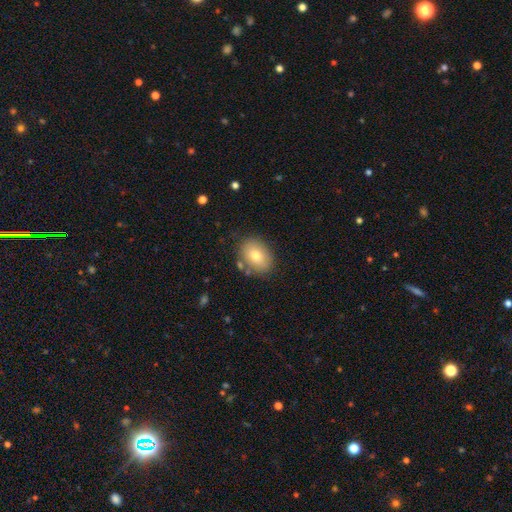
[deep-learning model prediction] smooth_or_featured: smooth (p=0.75) [alt: featured or disk p=0.16]
how_rounded: in between (p=0.72) [alt: round p=0.27]
merging: none (p=0.80) [alt: minor disturbance p=0.13]